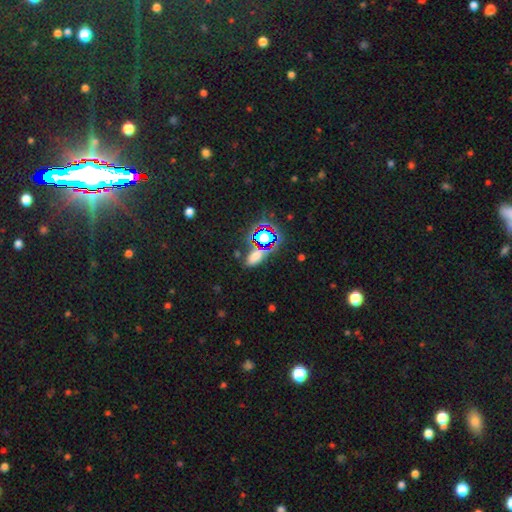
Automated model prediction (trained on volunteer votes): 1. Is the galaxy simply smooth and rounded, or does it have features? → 55% smooth, 35% star or artifact, 10% featured or disk.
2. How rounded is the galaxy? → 83% in between, 10% round, 7% cigar-shaped.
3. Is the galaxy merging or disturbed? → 69% none, 15% minor disturbance, 9% merger, 7% major disturbance.